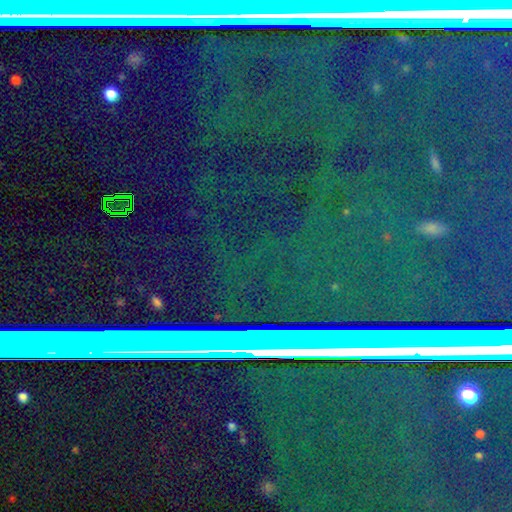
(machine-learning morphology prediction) Overall: star or artifact (78%).